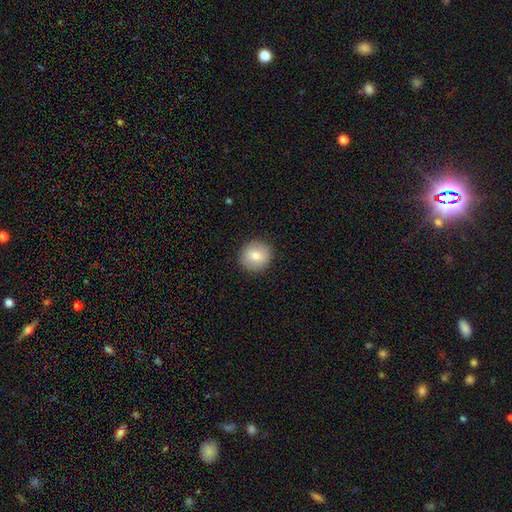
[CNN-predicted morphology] Q: Smooth or featured?
A: smooth (78%); runner-up: featured or disk (13%)
Q: How rounded?
A: round (90%); runner-up: in between (9%)
Q: Merging?
A: none (91%); runner-up: minor disturbance (6%)